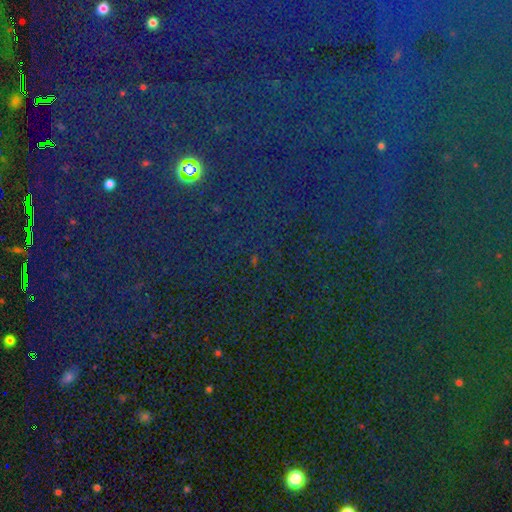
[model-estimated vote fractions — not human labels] Smooth or featured? star or artifact (83%)